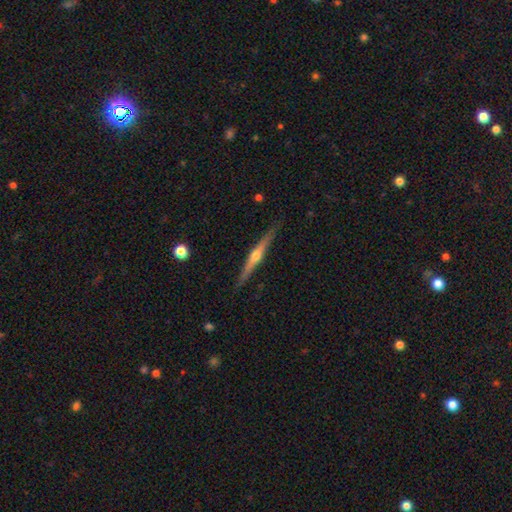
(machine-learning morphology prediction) The model was most divided on "smooth or featured": featured or disk: 75%, smooth: 19%, star or artifact: 6%. More confident: edge-on disk — yes (98%); edge-on bulge — rounded (91%); merging — none (88%).